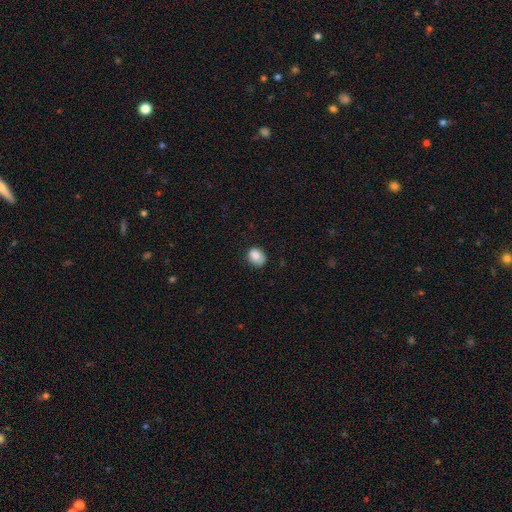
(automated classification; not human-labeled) Smooth or featured?
  - smooth: 84% *
  - star or artifact: 9%
  - featured or disk: 8%
How rounded?
  - round: 53% *
  - in between: 46%
  - cigar-shaped: 1%
Merging?
  - none: 68% *
  - minor disturbance: 25%
  - major disturbance: 6%
  - merger: 2%